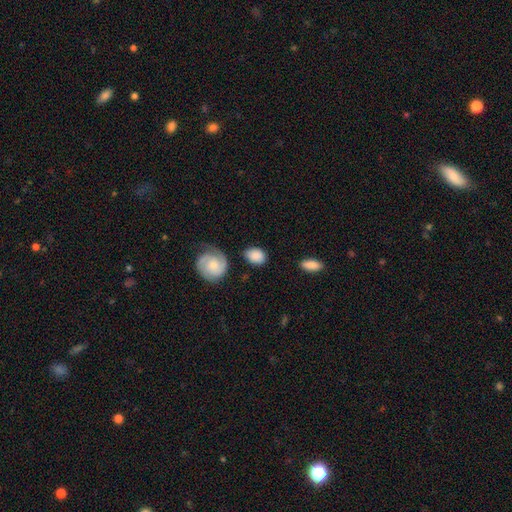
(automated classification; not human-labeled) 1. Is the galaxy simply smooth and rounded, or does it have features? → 81% smooth, 13% featured or disk, 6% star or artifact.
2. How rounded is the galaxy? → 74% in between, 25% round, 2% cigar-shaped.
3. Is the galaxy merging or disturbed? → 74% none, 17% minor disturbance, 5% major disturbance, 4% merger.